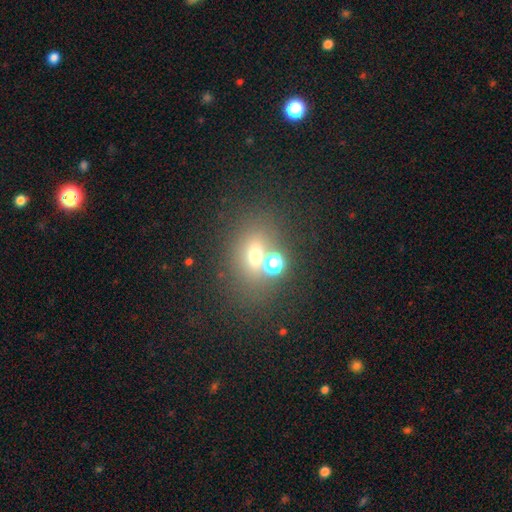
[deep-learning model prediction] Smooth or featured? smooth (58%)
How rounded? round (50%)
Merging? none (53%)